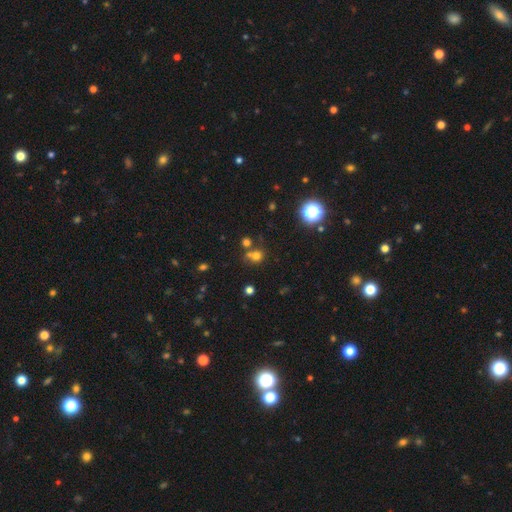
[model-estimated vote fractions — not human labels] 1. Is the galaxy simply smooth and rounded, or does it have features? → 67% smooth, 23% star or artifact, 10% featured or disk.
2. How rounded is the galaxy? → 77% round, 22% in between, 1% cigar-shaped.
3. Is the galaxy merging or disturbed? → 50% none, 33% merger, 11% minor disturbance, 6% major disturbance.